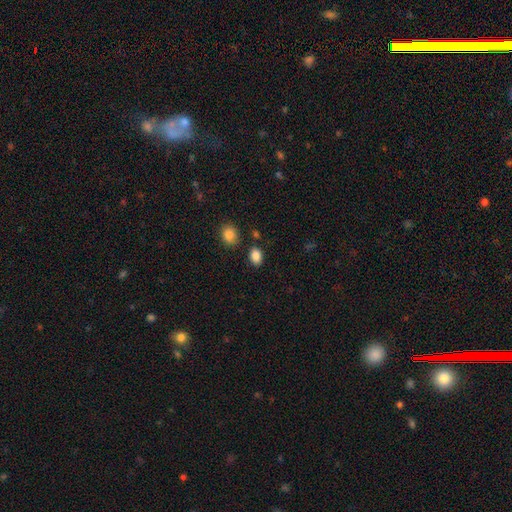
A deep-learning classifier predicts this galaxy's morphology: This is clearly a smooth galaxy (87%). How rounded: likely in between (78%). Merging: clearly none (81%).